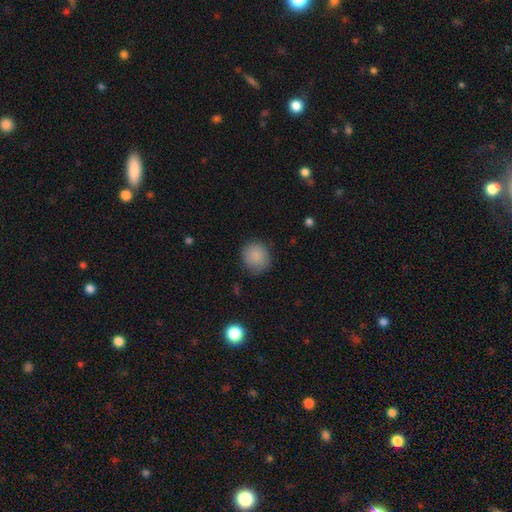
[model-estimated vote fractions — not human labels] smooth-or-featured: smooth: 87% | star or artifact: 8% | featured or disk: 5%
  how-rounded: round: 84% | in between: 15% | cigar-shaped: 1%
  merging: none: 80% | minor disturbance: 15% | major disturbance: 4% | merger: 1%